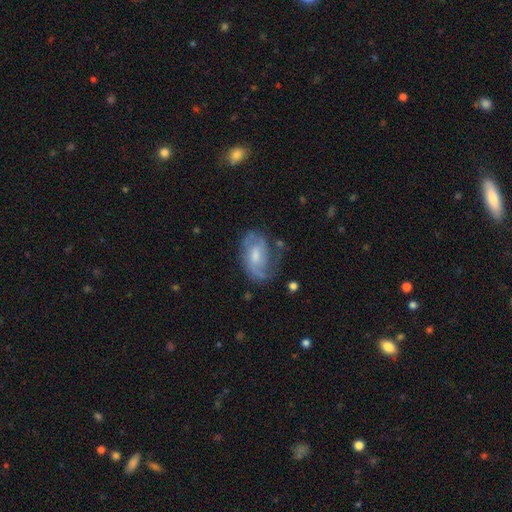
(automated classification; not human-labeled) This is likely a featured or disk galaxy (72%). It is clearly not viewed edge-on (96%). Bar: possibly no (46%). Spiral arm pattern: clearly yes (87%). Spiral arm count: possibly 2 (56%). Spiral winding: possibly medium (45%). Central bulge: possibly moderate (50%). Merging: possibly none (59%).